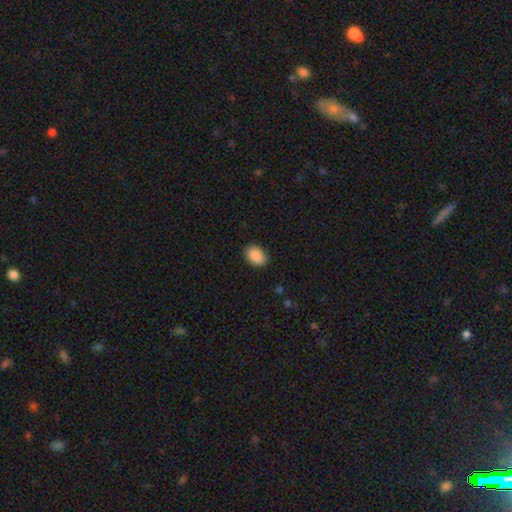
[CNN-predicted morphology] smooth 89%, star or artifact 7%, featured or disk 4%. Down the decision tree: how rounded — in between (76%); merging — none (88%).